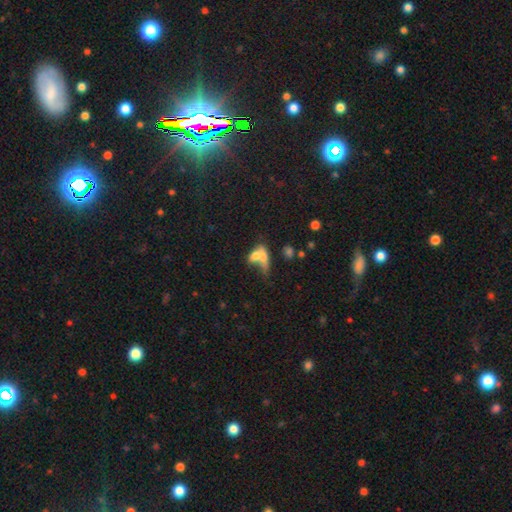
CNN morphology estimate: This is likely a smooth galaxy (66%). How rounded: likely in between (69%). Merging: likely merger (62%).